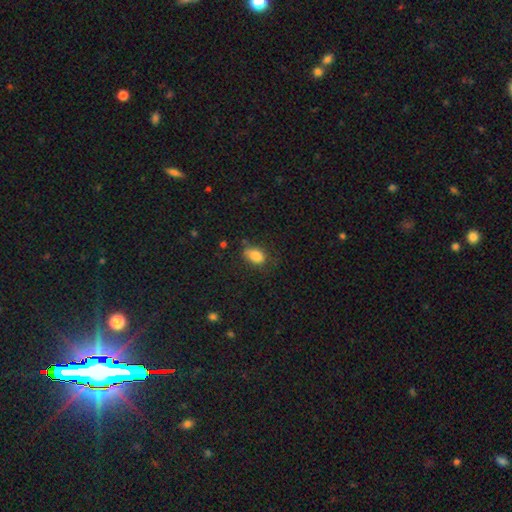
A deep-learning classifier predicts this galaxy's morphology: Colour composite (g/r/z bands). It shows a smooth galaxy with no disk features (85%) that is in between round and cigar-shaped (86%). Merging: none (65%).